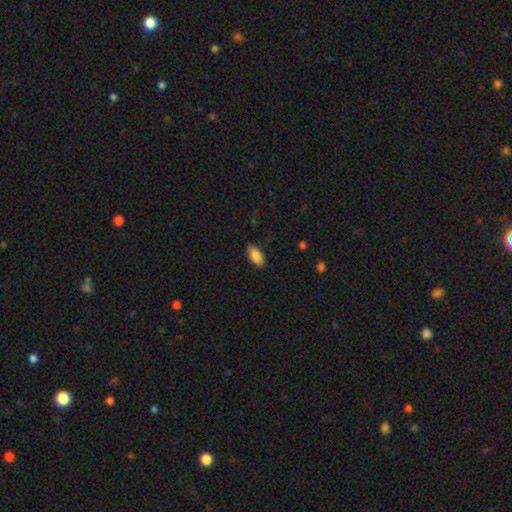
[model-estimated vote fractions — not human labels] Smooth or featured? Predicted: smooth (p=0.88). How rounded? Predicted: in between (p=0.90). Merging? Predicted: none (p=0.88).